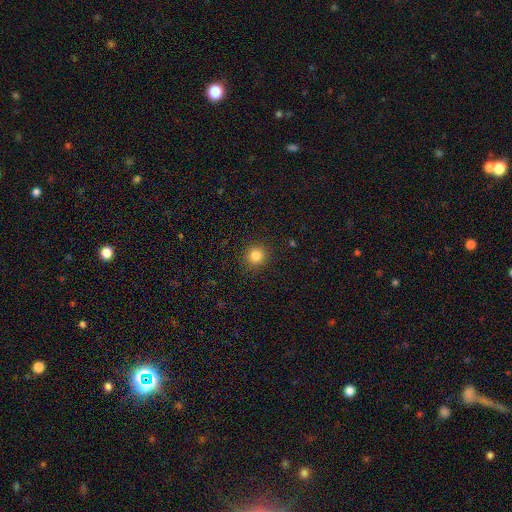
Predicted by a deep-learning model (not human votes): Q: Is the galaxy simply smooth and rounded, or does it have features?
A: smooth — 83%.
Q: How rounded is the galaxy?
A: round — 92%.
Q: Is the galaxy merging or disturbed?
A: none — 90%.